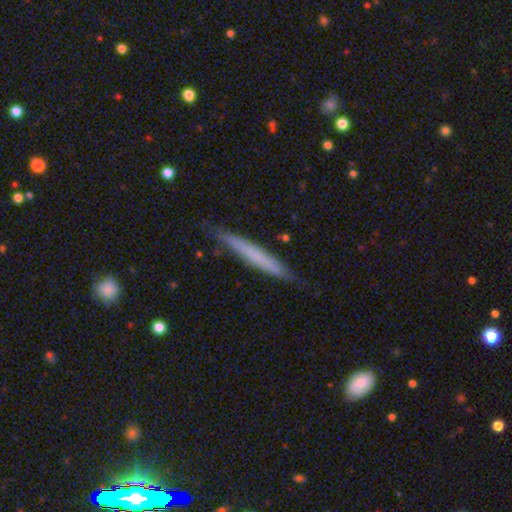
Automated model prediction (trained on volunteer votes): Smooth or featured?
  - smooth: 57% *
  - featured or disk: 38%
  - star or artifact: 6%
How rounded?
  - cigar-shaped: 96% *
  - in between: 2%
  - round: 1%
Merging?
  - none: 84% *
  - minor disturbance: 12%
  - major disturbance: 2%
  - merger: 1%